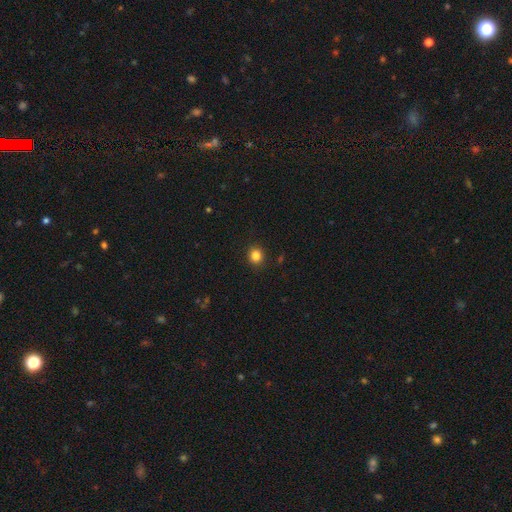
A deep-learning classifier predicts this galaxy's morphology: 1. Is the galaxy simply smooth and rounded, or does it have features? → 84% smooth, 12% star or artifact, 4% featured or disk.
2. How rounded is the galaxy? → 84% round, 15% in between, 1% cigar-shaped.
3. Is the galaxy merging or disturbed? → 91% none, 6% minor disturbance, 2% major disturbance, 1% merger.